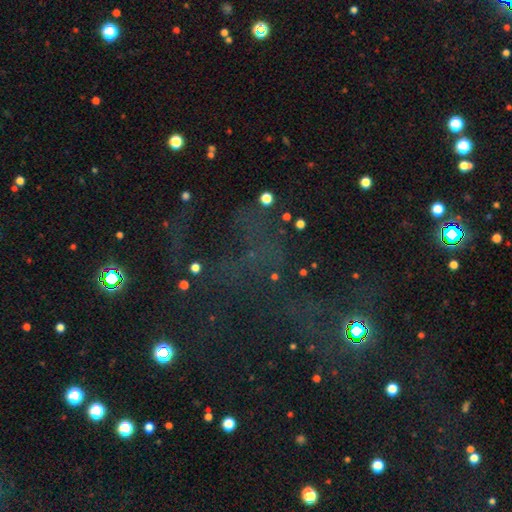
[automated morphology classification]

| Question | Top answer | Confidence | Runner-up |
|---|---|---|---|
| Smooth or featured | star or artifact | 63% | smooth (21%) |